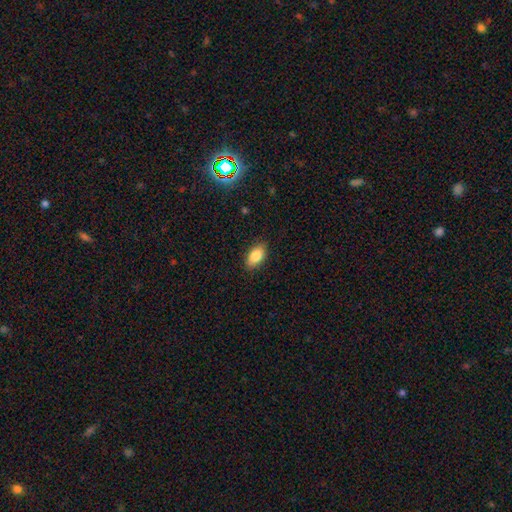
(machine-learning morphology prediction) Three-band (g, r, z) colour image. It shows a smooth galaxy with no disk features (84%) that is in between round and cigar-shaped (91%). Merging: none (87%).